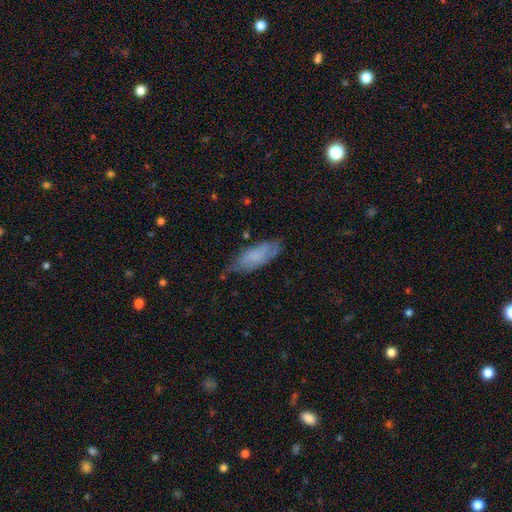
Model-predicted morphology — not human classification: This appears to be a smooth galaxy with no disk features (65%) that is in between round and cigar-shaped (72%). Merging: none (61%).